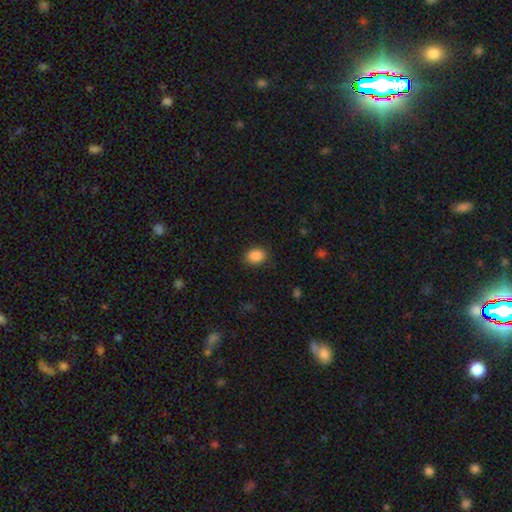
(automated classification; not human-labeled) This appears to be a smooth galaxy with no disk features (88%) that is in between round and cigar-shaped (58%). Merging: none (86%).